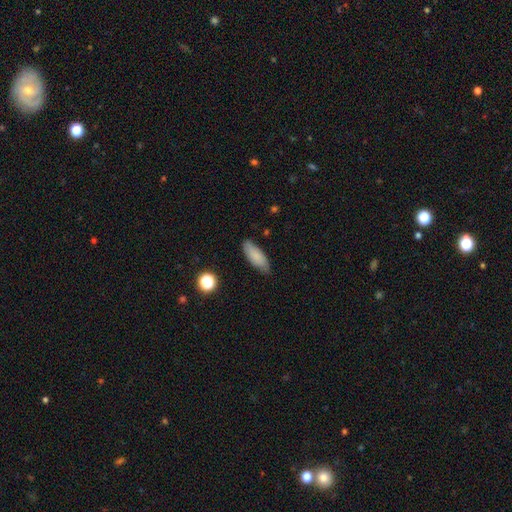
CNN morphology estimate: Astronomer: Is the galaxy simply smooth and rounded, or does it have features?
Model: smooth — 81%.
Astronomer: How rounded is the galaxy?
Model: in between — 71%.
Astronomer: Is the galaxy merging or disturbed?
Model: none — 79%.